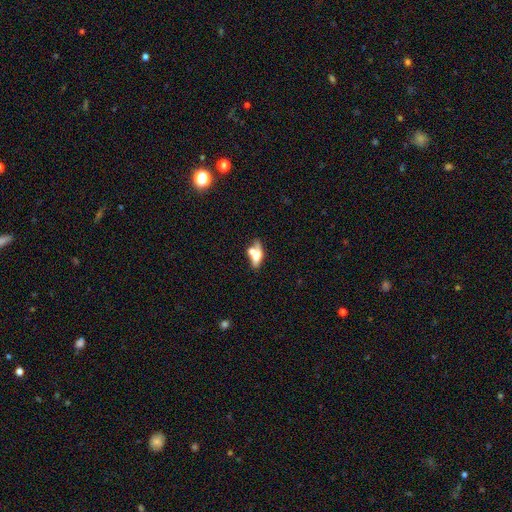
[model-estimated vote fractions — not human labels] A smooth galaxy with no disk features (55%) that is in between round and cigar-shaped (69%). Merging: merger (48%).